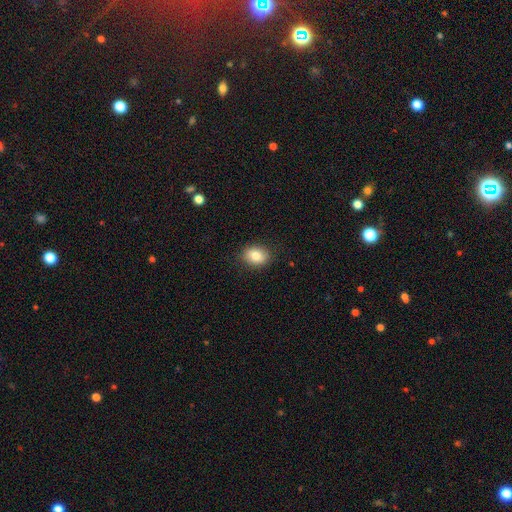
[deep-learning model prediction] Overall: smooth (82%). How rounded: in between (63%; round 36%). Merging: none (87%).